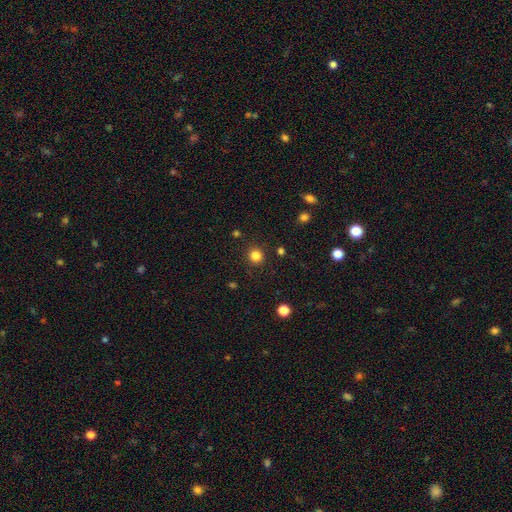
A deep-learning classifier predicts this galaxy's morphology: Smooth or featured? Predicted: smooth (p=0.83). How rounded? Predicted: round (p=0.92). Merging? Predicted: none (p=0.89).